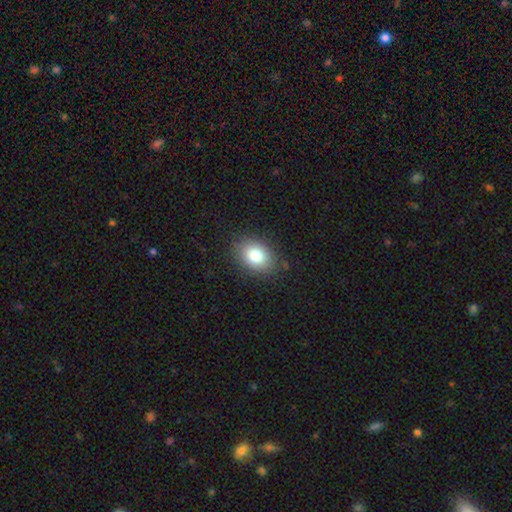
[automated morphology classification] Smooth or featured?
  - smooth: 80% *
  - featured or disk: 10%
  - star or artifact: 10%
How rounded?
  - in between: 70% *
  - round: 29%
  - cigar-shaped: 1%
Merging?
  - none: 85% *
  - minor disturbance: 11%
  - major disturbance: 3%
  - merger: 1%